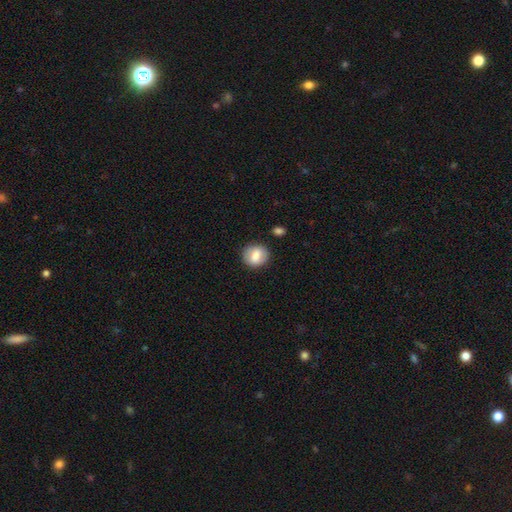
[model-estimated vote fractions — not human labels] Overall: smooth (71%). How rounded: round (71%). Merging: none (82%).